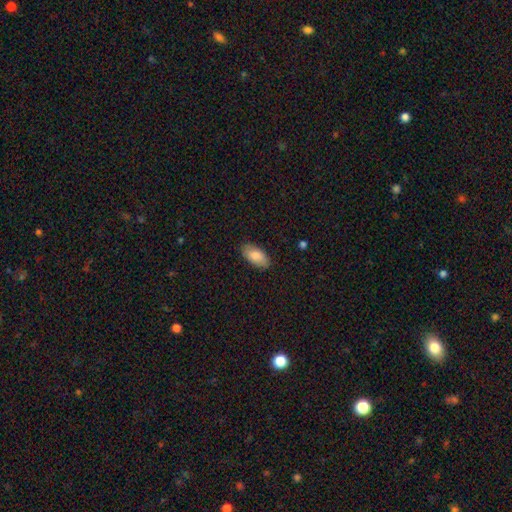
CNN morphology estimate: A smooth galaxy with no disk features (84%) that is in between round and cigar-shaped (94%).

Vote fractions:
- Smooth or featured? smooth: 84% / featured or disk: 10% / star or artifact: 6%
- How rounded? in between: 94% / cigar-shaped: 4% / round: 2%
- Merging? none: 87% / minor disturbance: 10% / major disturbance: 2% / merger: 1%